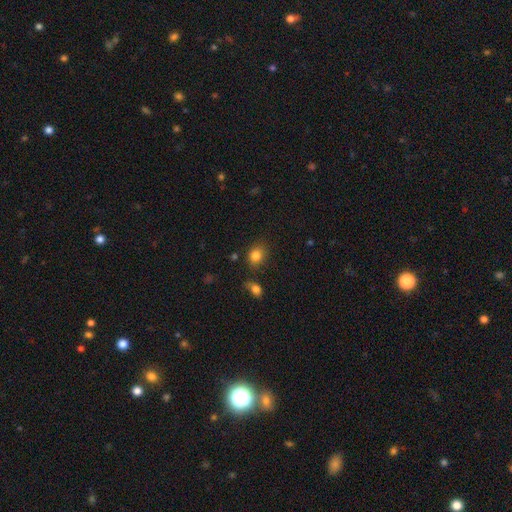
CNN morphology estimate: Overall: smooth (82%). How rounded: round (57%; in between 42%). Merging: none (76%).